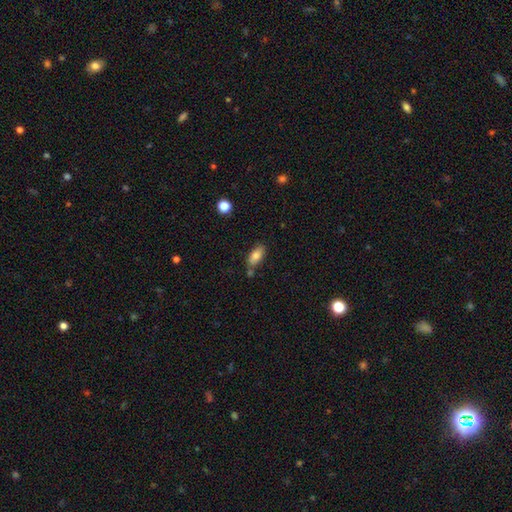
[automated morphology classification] This appears to be a smooth galaxy with no disk features (80%) that is in between round and cigar-shaped (88%). Merging: none (67%).